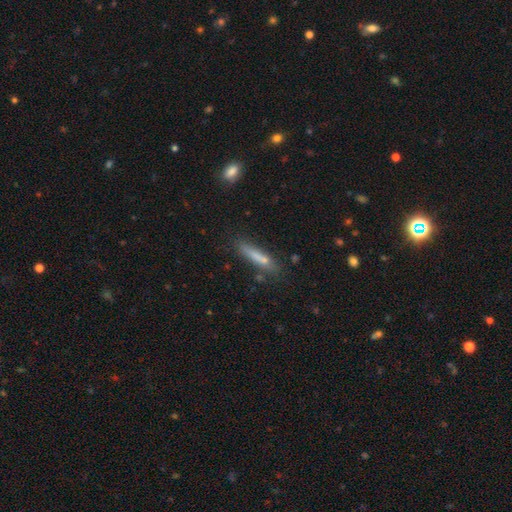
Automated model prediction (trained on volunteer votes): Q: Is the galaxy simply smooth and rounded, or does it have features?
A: smooth — 69%.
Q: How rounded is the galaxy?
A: cigar-shaped — 90%.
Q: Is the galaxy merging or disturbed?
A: none — 76%.